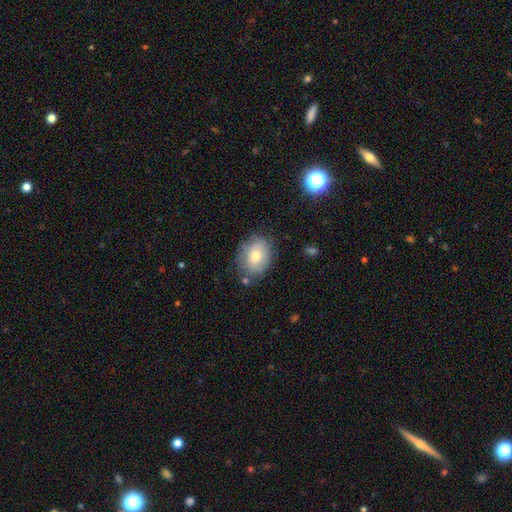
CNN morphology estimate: Smooth or featured: smooth — 69% (featured or disk — 22%)
How rounded: in between — 65% (round — 34%)
Merging: none — 75% (minor disturbance — 17%)